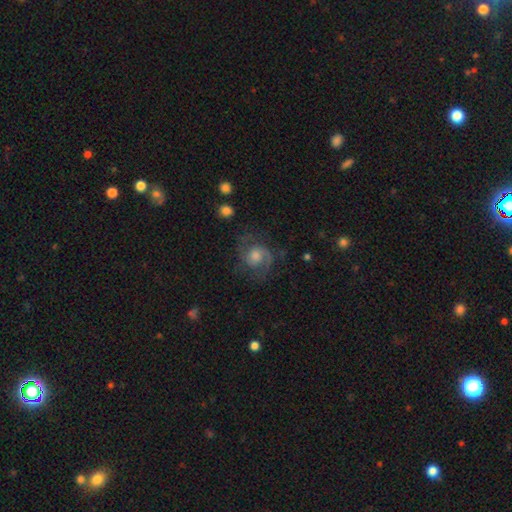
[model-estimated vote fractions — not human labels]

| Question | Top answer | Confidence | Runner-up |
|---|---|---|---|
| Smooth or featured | featured or disk | 75% | smooth (16%) |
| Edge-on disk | no | 98% | yes (2%) |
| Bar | no | 65% | weak (30%) |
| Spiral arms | yes | 95% | no (5%) |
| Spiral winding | medium | 53% | tight (28%) |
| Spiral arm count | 2 | 81% | can't tell (7%) |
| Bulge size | moderate | 52% | small (23%) |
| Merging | none | 73% | minor disturbance (16%) |